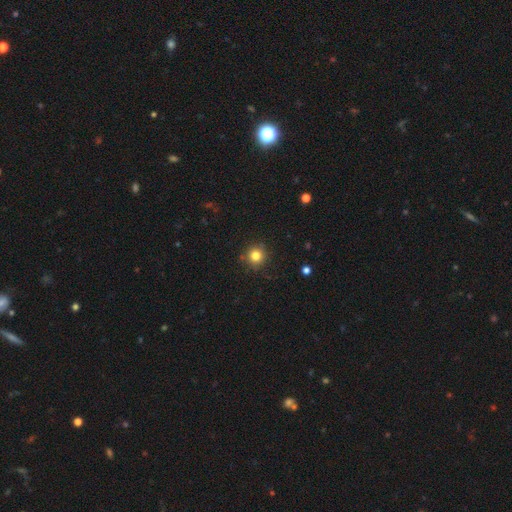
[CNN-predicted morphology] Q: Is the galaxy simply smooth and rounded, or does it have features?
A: smooth — 82%.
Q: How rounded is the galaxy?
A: round — 94%.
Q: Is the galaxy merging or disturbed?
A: none — 88%.